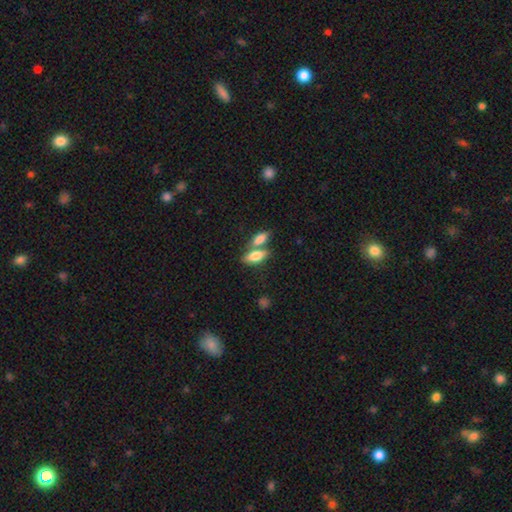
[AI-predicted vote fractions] This appears to be a smooth galaxy with no disk features (75%) that is in between round and cigar-shaped (76%). Merging: merger (44%).